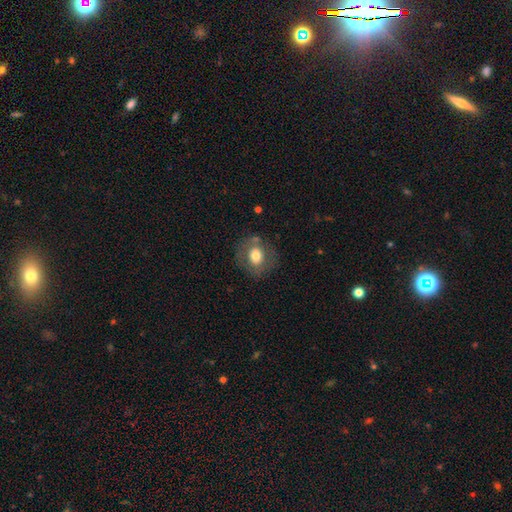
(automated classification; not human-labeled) A smooth galaxy with no disk features (67%) that is round (70%).

Vote fractions:
- Smooth or featured? smooth: 67% / featured or disk: 25% / star or artifact: 8%
- How rounded? round: 70% / in between: 29% / cigar-shaped: 1%
- Merging? none: 77% / minor disturbance: 14% / major disturbance: 6% / merger: 3%